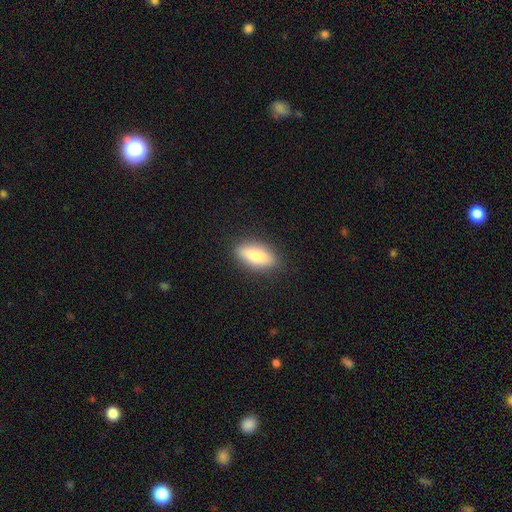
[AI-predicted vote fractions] This appears to be a smooth galaxy with no disk features (80%) that is in between round and cigar-shaped (77%). Merging: none (87%).